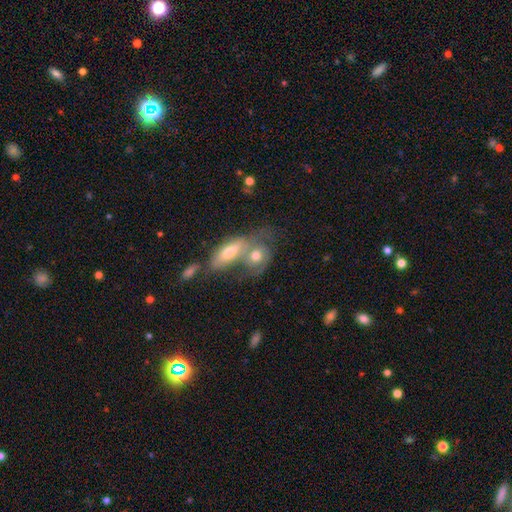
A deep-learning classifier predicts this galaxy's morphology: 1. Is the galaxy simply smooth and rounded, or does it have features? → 48% smooth, 44% featured or disk, 8% star or artifact.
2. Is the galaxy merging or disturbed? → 65% merger, 20% none, 9% minor disturbance, 6% major disturbance.